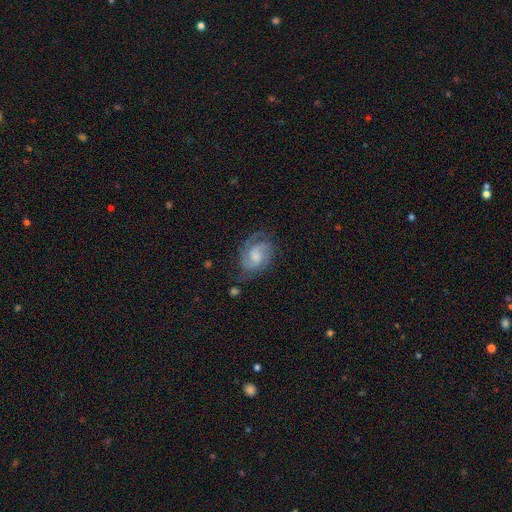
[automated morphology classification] Smooth or featured: featured or disk — 79% (smooth — 14%)
Edge-on disk: no — 98% (yes — 2%)
Bar: no — 52% (weak — 42%)
Spiral arms: yes — 95% (no — 5%)
Spiral winding: medium — 46% (tight — 41%)
Spiral arm count: 2 — 67% (can't tell — 13%)
Bulge size: moderate — 39% (small — 31%)
Merging: none — 67% (minor disturbance — 21%)